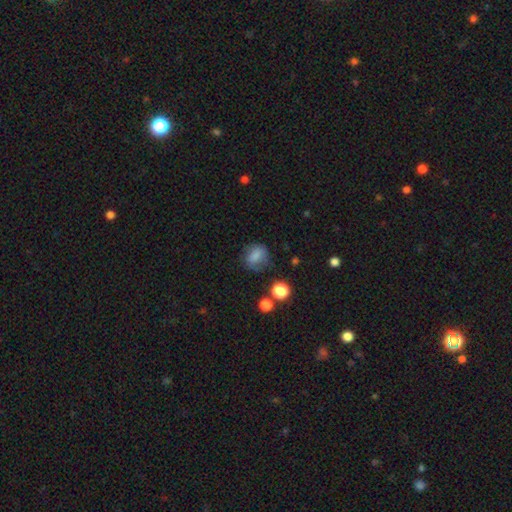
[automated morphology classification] Smooth or featured? Predicted: smooth (p=0.77). How rounded? Predicted: round (p=0.51). Merging? Predicted: none (p=0.67).